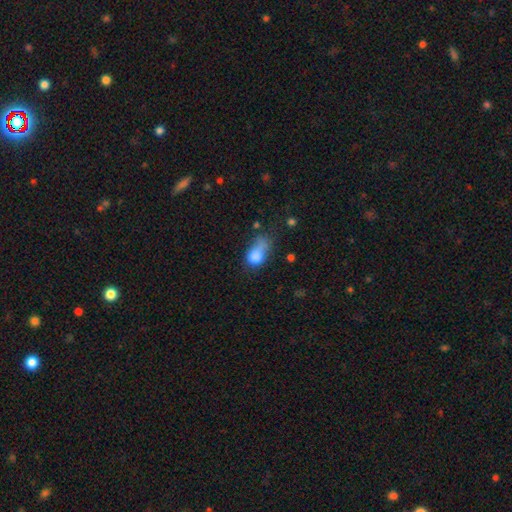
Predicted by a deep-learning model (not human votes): A smooth galaxy with no disk features (76%) that is in between round and cigar-shaped (76%). Merging: major disturbance (35%).